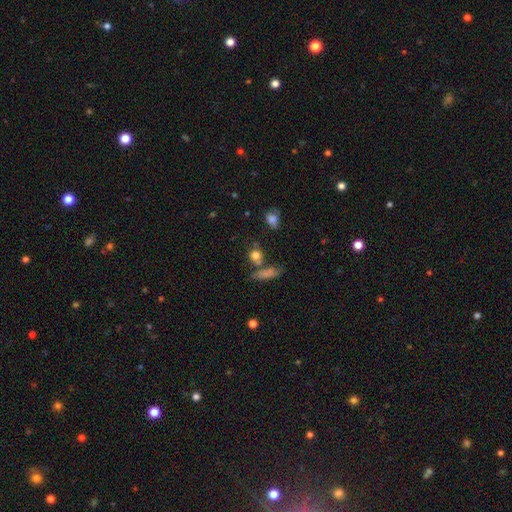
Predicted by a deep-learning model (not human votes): Overall: smooth (77%). How rounded: round (71%). Merging: none (65%).